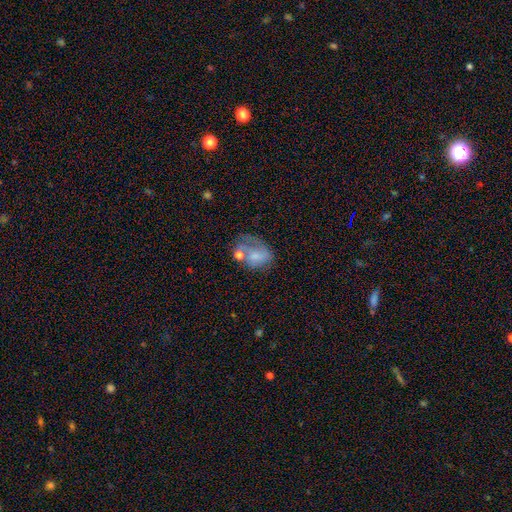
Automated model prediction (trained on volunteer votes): This appears to be a smooth galaxy with no disk features (56%) that is in between round and cigar-shaped (69%). Merging: none (30%).